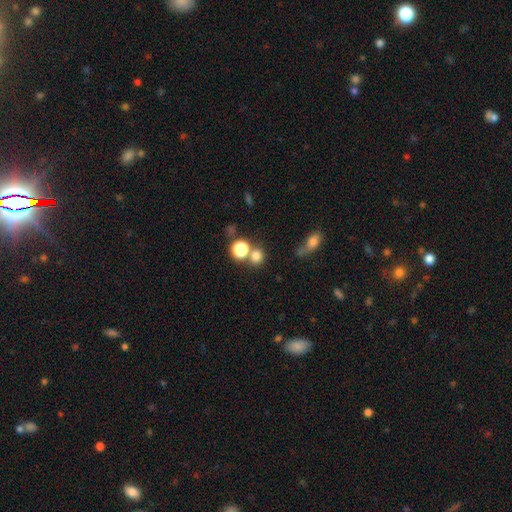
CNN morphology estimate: smooth-or-featured: smooth: 77% | star or artifact: 16% | featured or disk: 8%
  how-rounded: round: 82% | in between: 16% | cigar-shaped: 1%
  merging: none: 58% | merger: 28% | minor disturbance: 9% | major disturbance: 5%